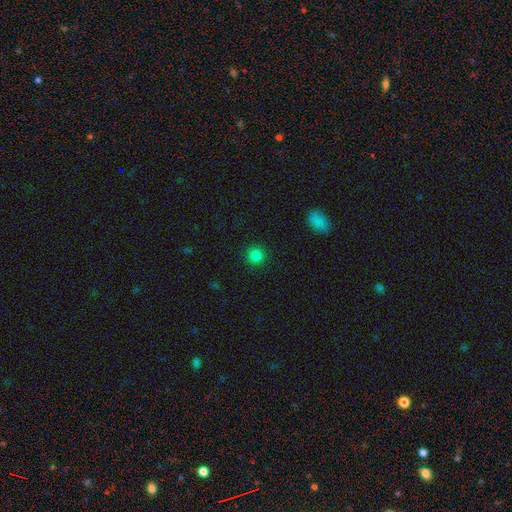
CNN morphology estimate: Smooth or featured? smooth (83%)
How rounded? round (94%)
Merging? none (92%)